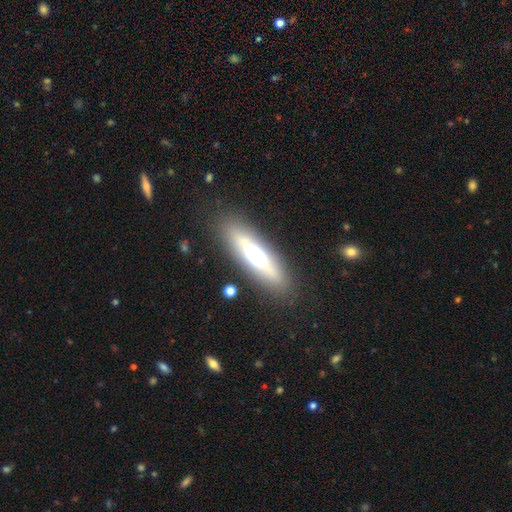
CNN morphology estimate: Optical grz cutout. It shows a smooth galaxy with no disk features (49%). Merging: none (86%).